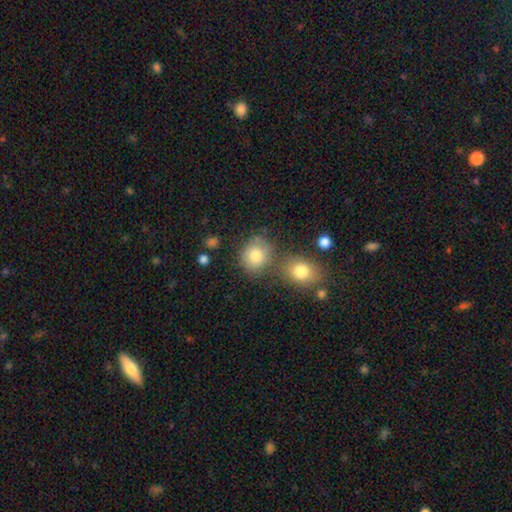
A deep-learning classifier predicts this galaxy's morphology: This is likely a smooth galaxy (80%). How rounded: likely round (74%). Merging: possibly none (60%).